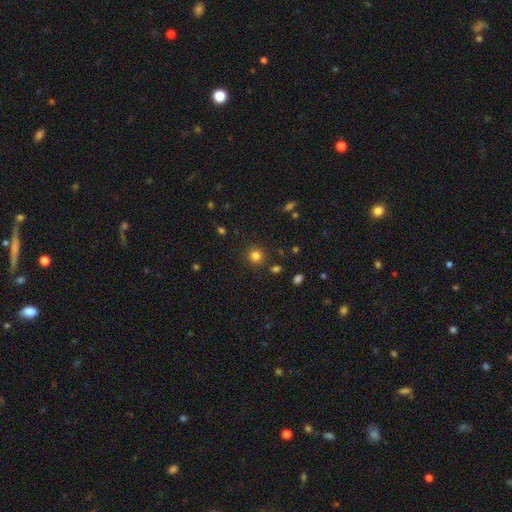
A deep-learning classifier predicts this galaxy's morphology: This appears to be a smooth galaxy with no disk features (81%) that is round (91%). Merging: none (88%).